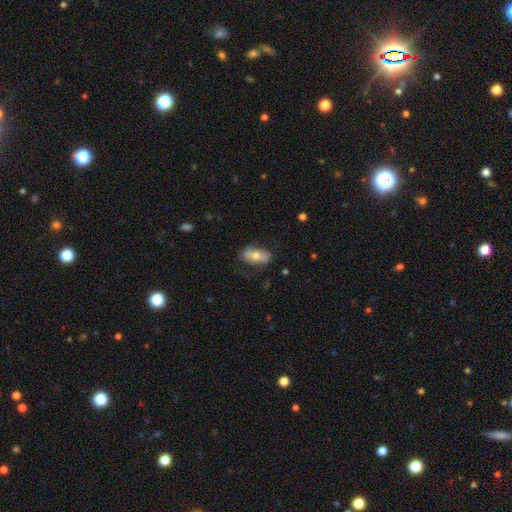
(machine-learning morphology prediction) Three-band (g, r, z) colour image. It shows a smooth galaxy with no disk features (62%) that is in between round and cigar-shaped (89%). Merging: none (74%).